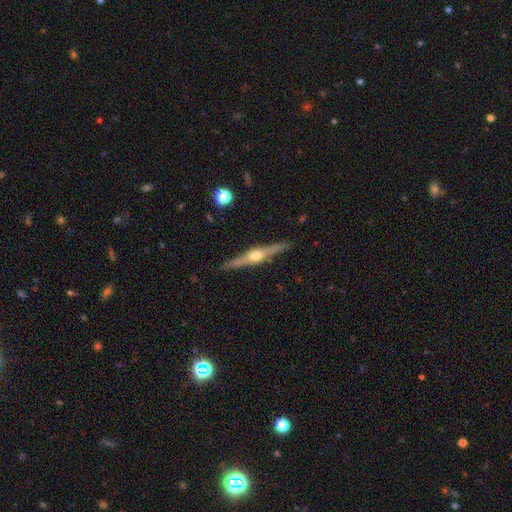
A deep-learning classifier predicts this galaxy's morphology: The model was most divided on "smooth or featured": featured or disk: 81%, smooth: 14%, star or artifact: 5%. More confident: edge-on disk — yes (98%); edge-on bulge — rounded (93%); merging — none (90%).